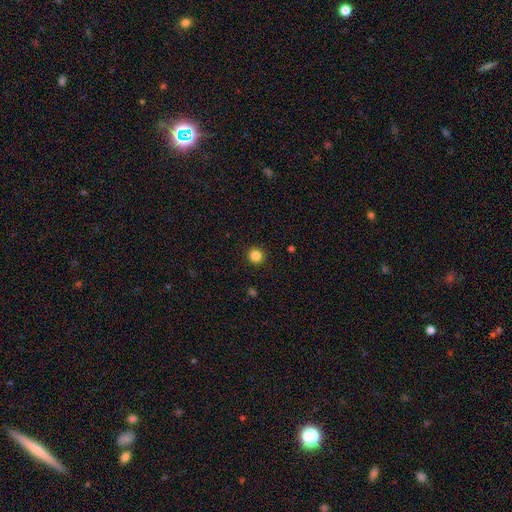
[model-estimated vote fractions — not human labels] smooth 85%, star or artifact 11%, featured or disk 3%. Down the decision tree: how rounded — round (93%); merging — none (93%).